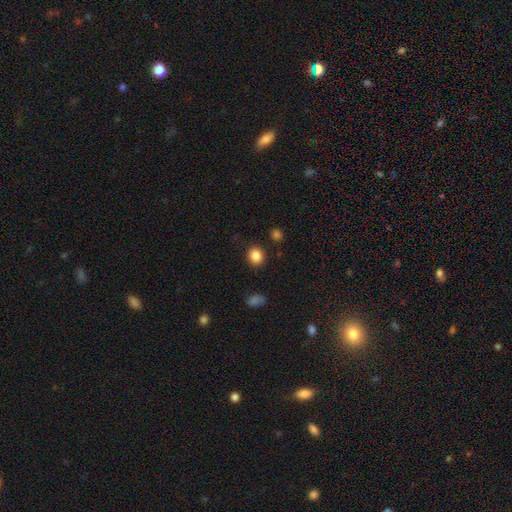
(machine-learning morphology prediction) smooth_or_featured: smooth (p=0.86) [alt: star or artifact p=0.10]
how_rounded: round (p=0.72) [alt: in between p=0.27]
merging: none (p=0.89) [alt: minor disturbance p=0.07]